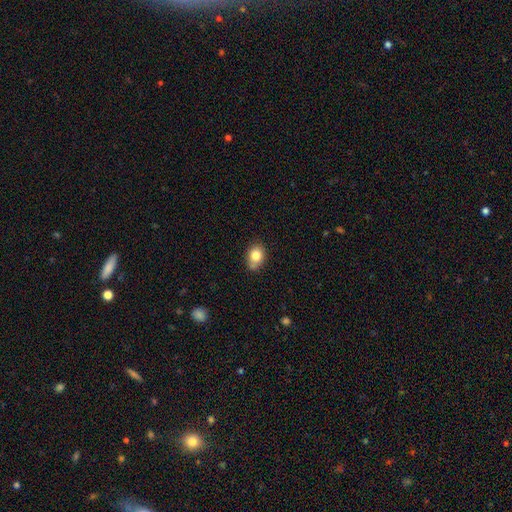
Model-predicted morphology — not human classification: smooth 81%, featured or disk 10%, star or artifact 10%. Down the decision tree: how rounded — in between (65%); merging — none (70%).